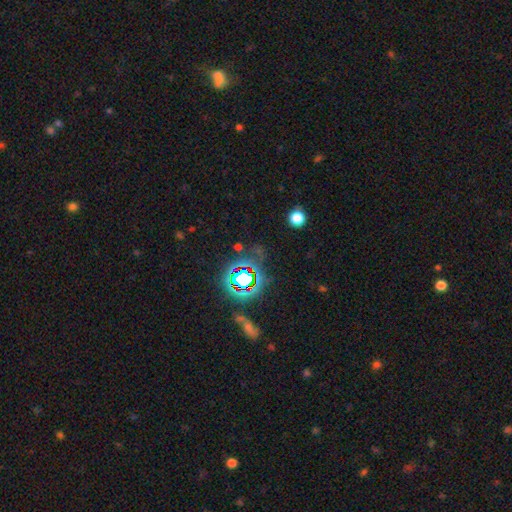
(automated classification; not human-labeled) Q: Smooth or featured?
A: star or artifact (74%); runner-up: smooth (16%)